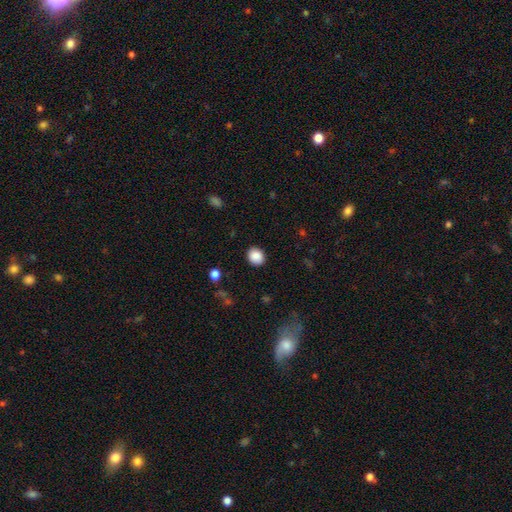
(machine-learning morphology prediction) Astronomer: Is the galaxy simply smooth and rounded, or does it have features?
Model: smooth — 88%.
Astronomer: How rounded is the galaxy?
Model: round — 68%.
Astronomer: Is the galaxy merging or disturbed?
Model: none — 89%.